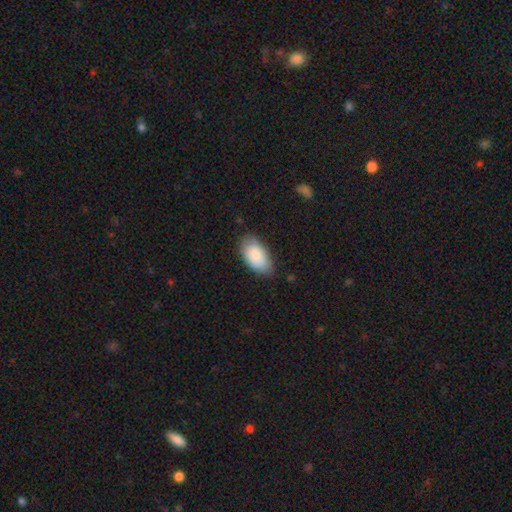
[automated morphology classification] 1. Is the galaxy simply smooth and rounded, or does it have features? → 84% smooth, 10% featured or disk, 6% star or artifact.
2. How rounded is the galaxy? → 94% in between, 4% round, 2% cigar-shaped.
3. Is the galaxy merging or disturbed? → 72% none, 23% minor disturbance, 4% major disturbance, 1% merger.